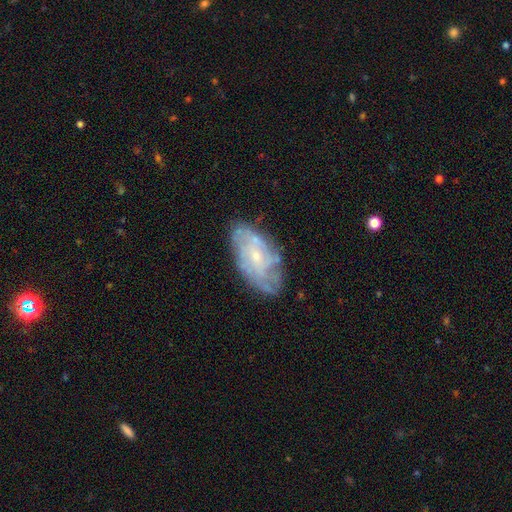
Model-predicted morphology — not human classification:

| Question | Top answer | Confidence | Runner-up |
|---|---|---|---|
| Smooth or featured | featured or disk | 75% | smooth (18%) |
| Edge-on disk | no | 94% | yes (6%) |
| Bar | no | 69% | weak (26%) |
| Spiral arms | yes | 83% | no (17%) |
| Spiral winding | tight | 57% | medium (32%) |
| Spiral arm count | can't tell | 53% | 4 (14%) |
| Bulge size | small | 72% | moderate (23%) |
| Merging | none | 73% | minor disturbance (19%) |